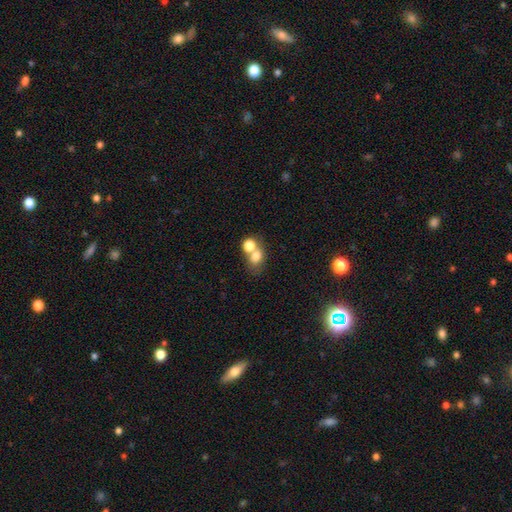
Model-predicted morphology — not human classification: Overall: smooth (73%). How rounded: round (50%; in between 49%). Merging: merger (54%; none 33%).